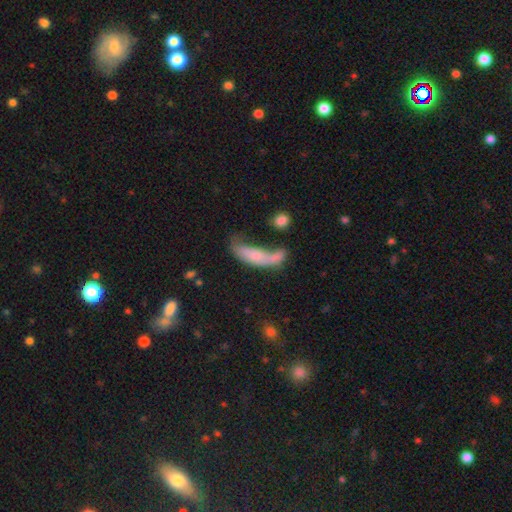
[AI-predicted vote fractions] Smooth or featured: smooth — 61% (featured or disk — 30%)
How rounded: in between — 52% (cigar-shaped — 45%)
Merging: major disturbance — 35% (merger — 26%)